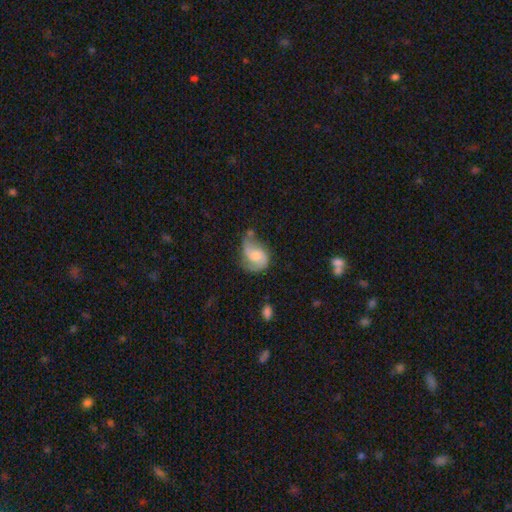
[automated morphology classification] A featured or disk galaxy (63%) with no bar (59%), 2 (74%) medium (42%) spiral arms (88%) and a moderate central bulge (55%). Merging: none (39%).